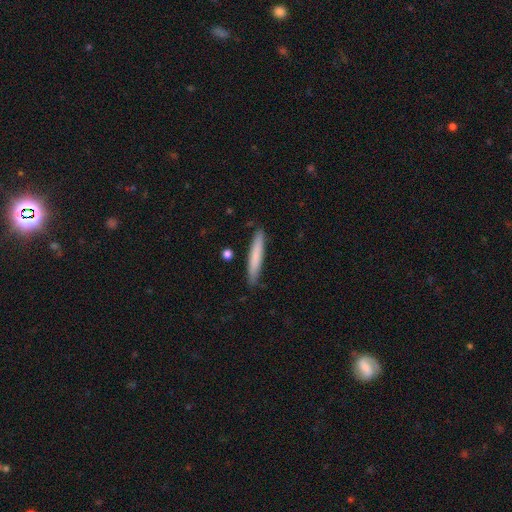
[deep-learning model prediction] A smooth galaxy with no disk features (76%) that is cigar-shaped (94%).

Vote fractions:
- Smooth or featured? smooth: 76% / featured or disk: 19% / star or artifact: 6%
- How rounded? cigar-shaped: 94% / in between: 5% / round: 1%
- Merging? none: 87% / minor disturbance: 9% / merger: 2% / major disturbance: 2%